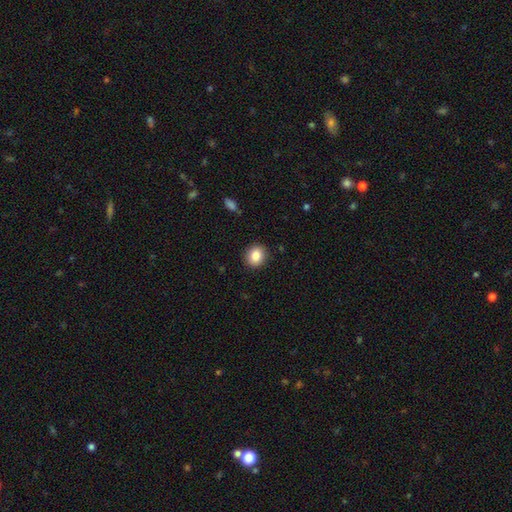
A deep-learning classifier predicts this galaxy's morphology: smooth 86%, star or artifact 9%, featured or disk 5%. Down the decision tree: how rounded — round (70%); merging — none (90%).